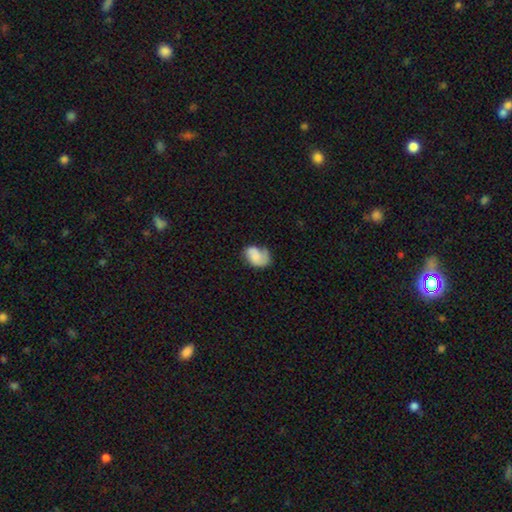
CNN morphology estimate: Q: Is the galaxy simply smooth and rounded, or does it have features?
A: smooth — 55%.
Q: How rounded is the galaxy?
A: in between — 72%.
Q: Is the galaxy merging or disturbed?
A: none — 45%.